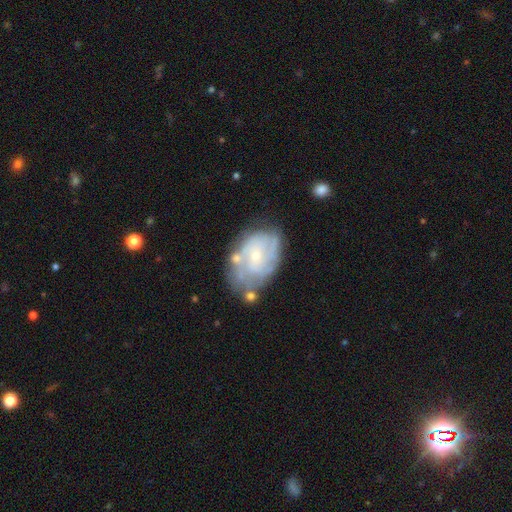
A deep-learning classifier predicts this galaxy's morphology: A featured or disk galaxy (71%) with no bar (69%), tight (54%) spiral arms (76%) and a small central bulge (72%).

Vote fractions:
- Smooth or featured? featured or disk: 71% / smooth: 22% / star or artifact: 7%
- Edge-on disk? no: 97% / yes: 3%
- Bar? no: 69% / weak: 26% / strong: 5%
- Spiral arms? yes: 76% / no: 24%
- Spiral winding? tight: 54% / medium: 33% / loose: 13%
- Spiral arm count? can't tell: 48% / 2: 25% / 3: 13% / 4: 6% / 1: 4% / more than 4: 3%
- Bulge size? small: 72% / moderate: 22% / none: 4% / large: 1% / dominant: 1%
- Merging? none: 56% / minor disturbance: 25% / major disturbance: 11% / merger: 8%